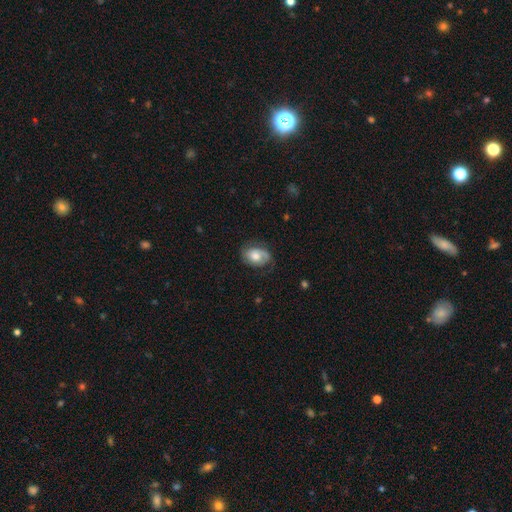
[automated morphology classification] Smooth or featured?
  - featured or disk: 50% *
  - smooth: 43%
  - star or artifact: 7%
Merging?
  - none: 65% *
  - minor disturbance: 23%
  - major disturbance: 11%
  - merger: 1%